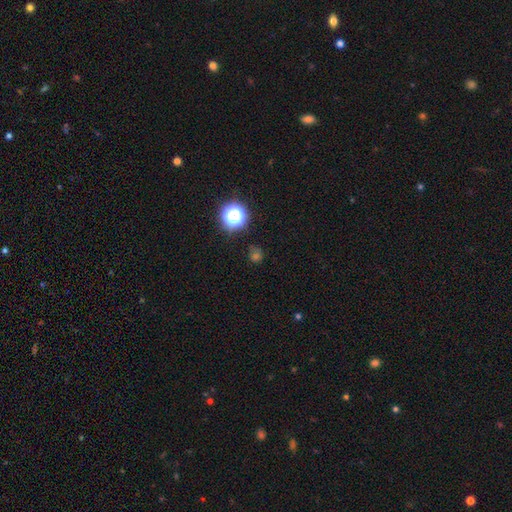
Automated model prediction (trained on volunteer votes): Smooth or featured? Predicted: smooth (p=0.51). How rounded? Predicted: round (p=0.86). Merging? Predicted: none (p=0.80).